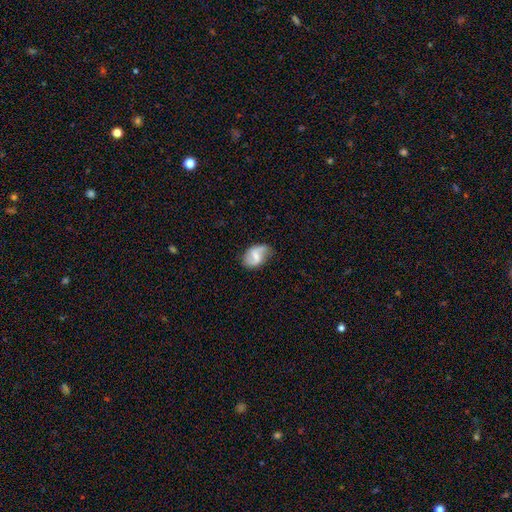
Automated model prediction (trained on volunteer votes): This is likely a featured or disk galaxy (71%). It is clearly not viewed edge-on (97%). Bar: possibly weak (53%). Spiral arm pattern: clearly yes (91%). Spiral arm count: clearly 2 (86%). Spiral winding: possibly loose (56%). Central bulge: possibly small (45%). Merging: likely none (71%).